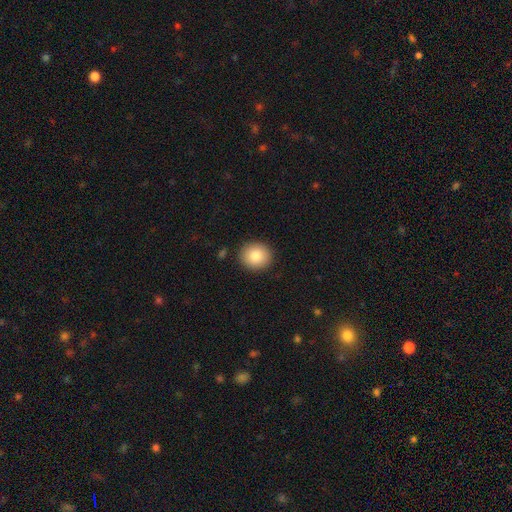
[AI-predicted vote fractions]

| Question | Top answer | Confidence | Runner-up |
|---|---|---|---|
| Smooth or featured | smooth | 84% | star or artifact (8%) |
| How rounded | round | 84% | in between (16%) |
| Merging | none | 90% | minor disturbance (7%) |